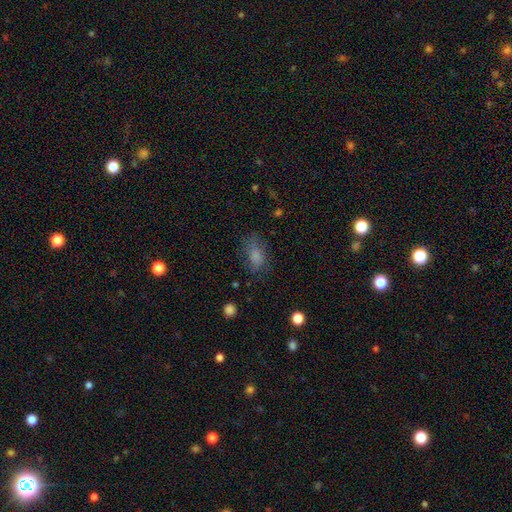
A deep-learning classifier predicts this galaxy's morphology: Overall: smooth (78%). How rounded: in between (84%). Merging: none (64%).